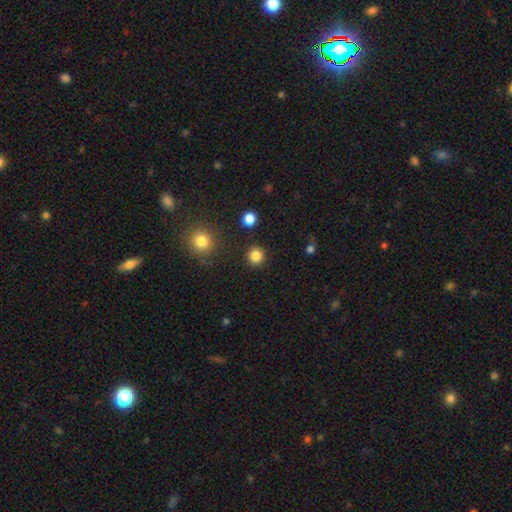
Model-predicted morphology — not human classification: This is clearly a smooth galaxy (84%). How rounded: clearly round (94%). Merging: clearly none (91%).